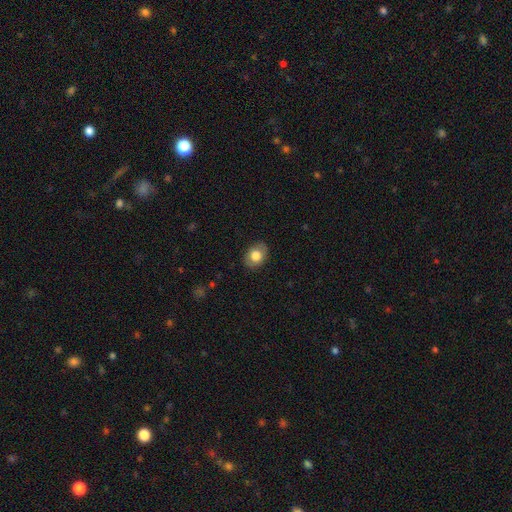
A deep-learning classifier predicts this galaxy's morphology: A smooth galaxy with no disk features (79%) that is in between round and cigar-shaped (68%).

Vote fractions:
- Smooth or featured? smooth: 79% / featured or disk: 14% / star or artifact: 8%
- How rounded? in between: 68% / round: 31% / cigar-shaped: 1%
- Merging? none: 84% / minor disturbance: 12% / major disturbance: 3% / merger: 1%